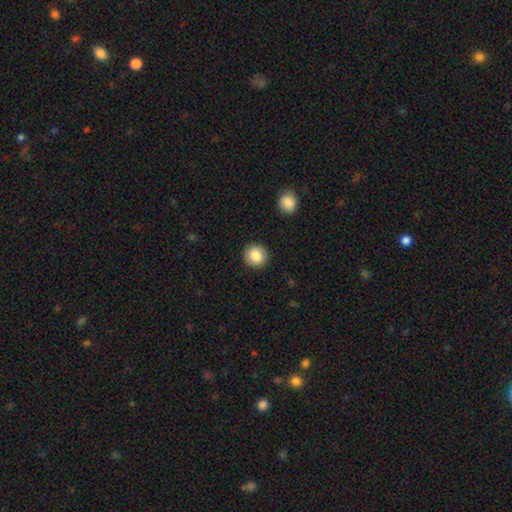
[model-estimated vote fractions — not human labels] Smooth or featured?
  - smooth: 87% *
  - star or artifact: 8%
  - featured or disk: 5%
How rounded?
  - round: 92% *
  - in between: 7%
  - cigar-shaped: 1%
Merging?
  - none: 92% *
  - minor disturbance: 5%
  - major disturbance: 2%
  - merger: 1%